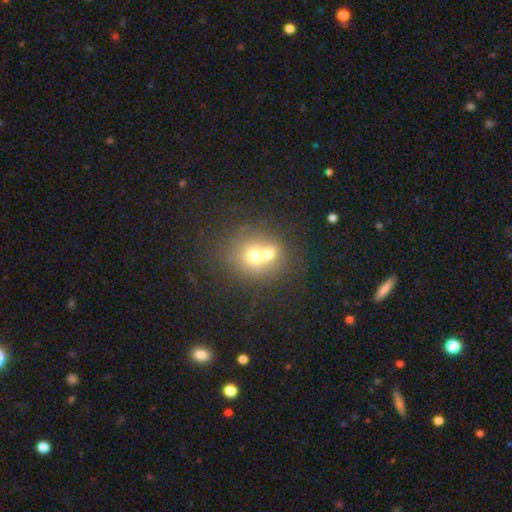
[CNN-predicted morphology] This is likely a smooth galaxy (63%). How rounded: likely round (79%). Merging: possibly merger (57%).